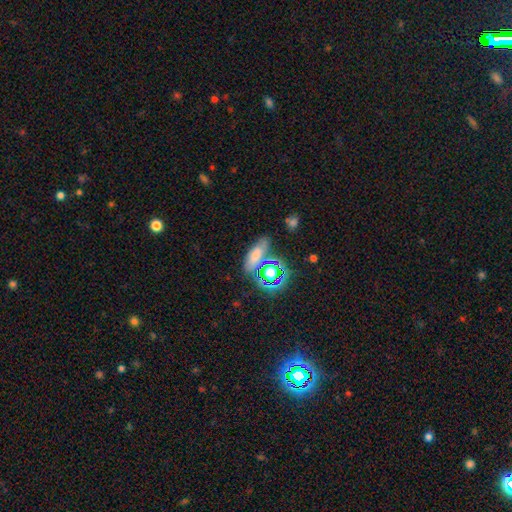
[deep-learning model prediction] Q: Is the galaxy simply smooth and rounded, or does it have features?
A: smooth — 60%.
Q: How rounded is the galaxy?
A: in between — 67%.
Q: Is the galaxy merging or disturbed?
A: none — 68%.